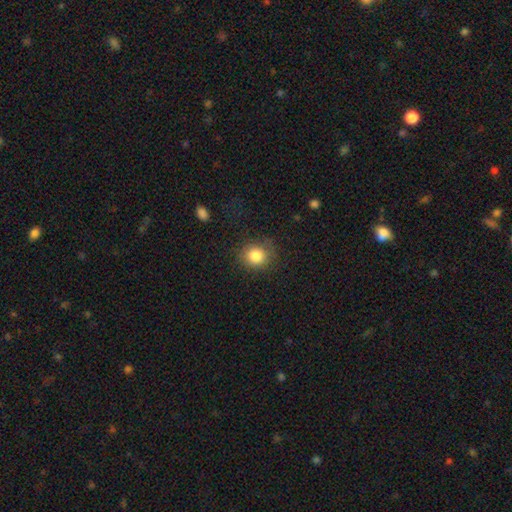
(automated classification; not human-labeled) smooth-or-featured: smooth: 84% | star or artifact: 10% | featured or disk: 6%
  how-rounded: round: 81% | in between: 18% | cigar-shaped: 1%
  merging: none: 80% | minor disturbance: 14% | major disturbance: 5% | merger: 1%